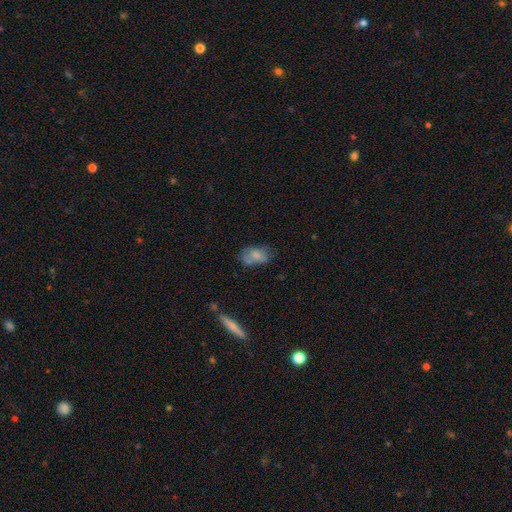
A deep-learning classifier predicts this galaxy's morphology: The model was most divided on "merging": none: 44%, minor disturbance: 26%, merger: 16%, major disturbance: 14%. More confident: how rounded — in between (88%); smooth or featured — smooth (68%).